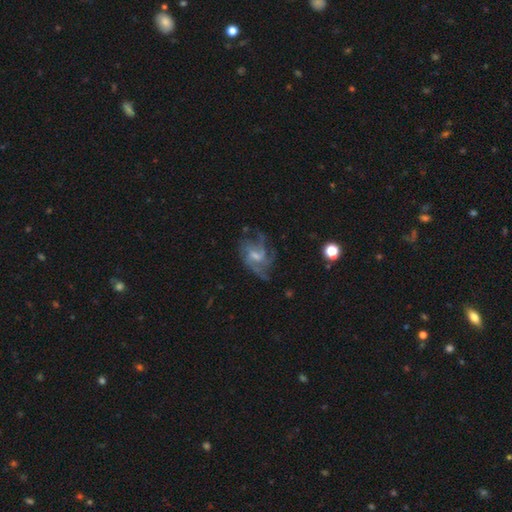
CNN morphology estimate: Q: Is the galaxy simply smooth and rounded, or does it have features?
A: featured or disk — 78%.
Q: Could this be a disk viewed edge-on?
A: no — 97%.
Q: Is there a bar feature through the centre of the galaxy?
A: weak — 49%.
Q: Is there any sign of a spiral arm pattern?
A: yes — 89%.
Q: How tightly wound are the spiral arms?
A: medium — 47%.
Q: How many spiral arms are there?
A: can't tell — 29%.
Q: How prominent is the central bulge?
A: moderate — 44%.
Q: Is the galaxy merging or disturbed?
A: none — 58%.